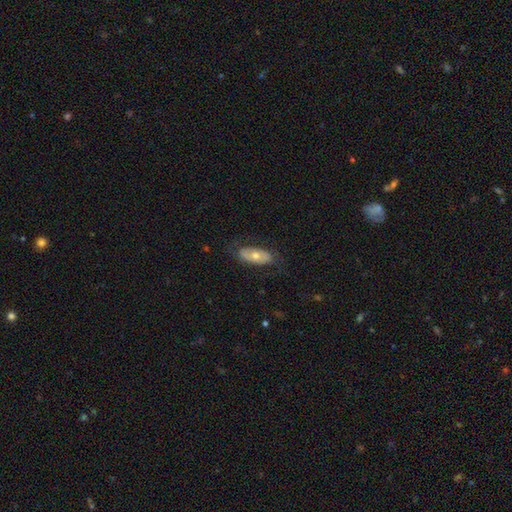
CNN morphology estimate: smooth_or_featured: featured or disk (p=0.47) [alt: smooth p=0.45]
merging: none (p=0.75) [alt: minor disturbance p=0.16]